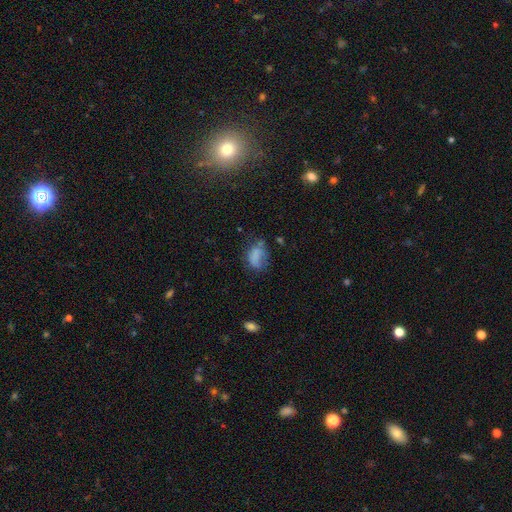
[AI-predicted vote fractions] This is likely a smooth galaxy (70%). How rounded: clearly in between (80%). Merging: marginally none (38%).